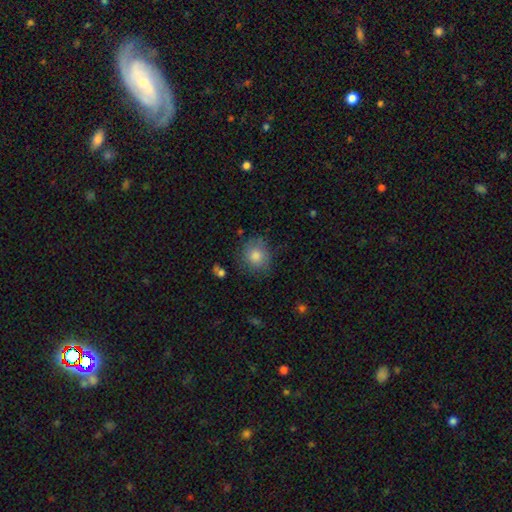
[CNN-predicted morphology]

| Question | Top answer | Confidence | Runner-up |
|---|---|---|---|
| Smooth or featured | smooth | 80% | featured or disk (10%) |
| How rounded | round | 85% | in between (14%) |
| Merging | none | 78% | minor disturbance (16%) |